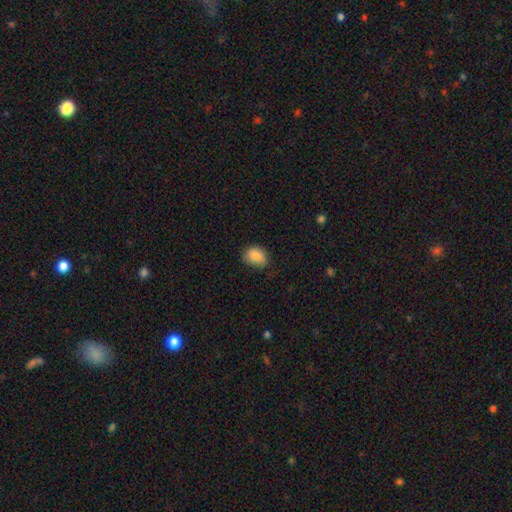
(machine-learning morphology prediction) This appears to be a smooth galaxy with no disk features (86%) that is in between round and cigar-shaped (69%). Merging: none (67%).